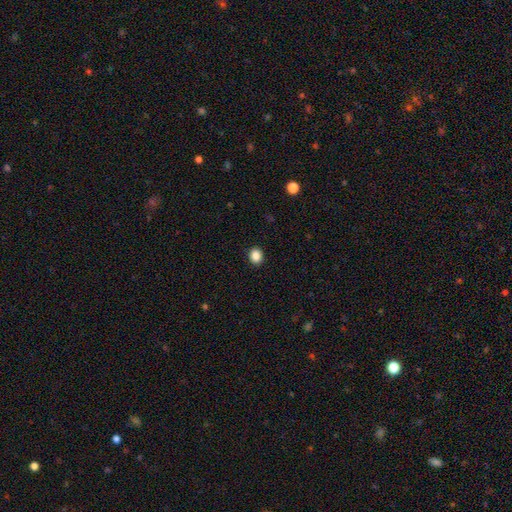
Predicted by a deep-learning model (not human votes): Smooth or featured? Predicted: smooth (p=0.87). How rounded? Predicted: round (p=0.62). Merging? Predicted: none (p=0.91).